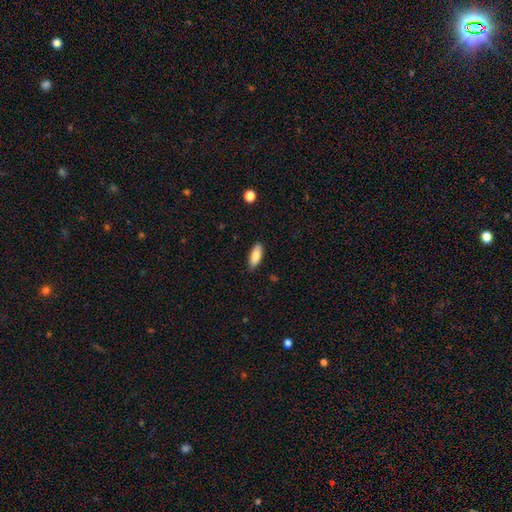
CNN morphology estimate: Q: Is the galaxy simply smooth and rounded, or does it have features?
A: smooth — 84%.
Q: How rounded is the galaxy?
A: in between — 77%.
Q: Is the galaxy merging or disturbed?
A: none — 87%.